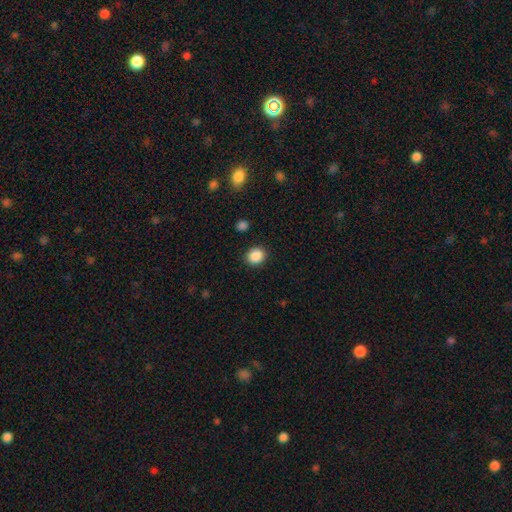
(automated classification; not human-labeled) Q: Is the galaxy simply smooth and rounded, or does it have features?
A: smooth — 88%.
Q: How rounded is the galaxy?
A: round — 72%.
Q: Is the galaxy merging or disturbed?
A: none — 90%.